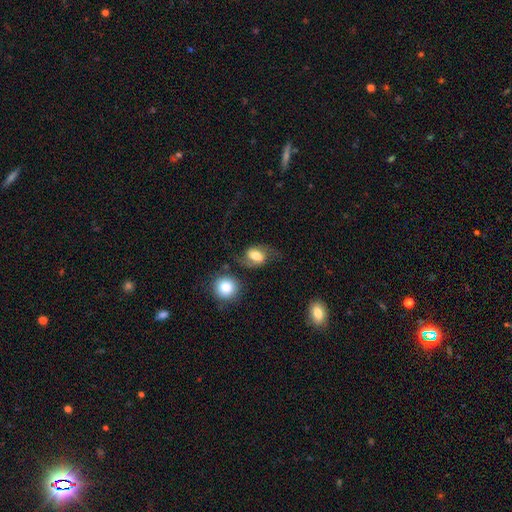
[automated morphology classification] Smooth or featured? Predicted: featured or disk (p=0.47). Merging? Predicted: none (p=0.59).